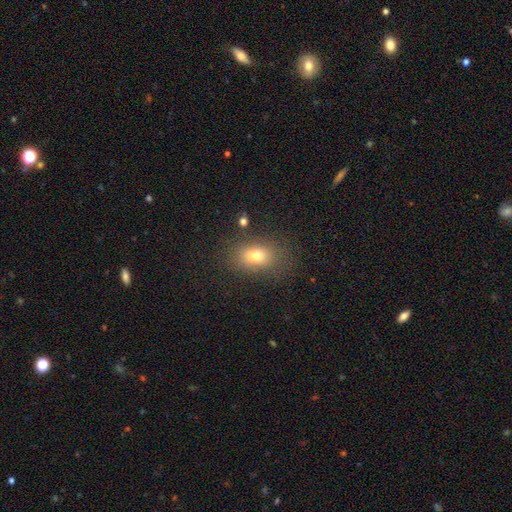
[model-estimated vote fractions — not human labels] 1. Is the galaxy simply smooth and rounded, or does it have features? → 74% smooth, 13% star or artifact, 12% featured or disk.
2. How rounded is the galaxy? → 76% in between, 22% round, 2% cigar-shaped.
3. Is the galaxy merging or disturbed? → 77% none, 14% minor disturbance, 6% major disturbance, 3% merger.